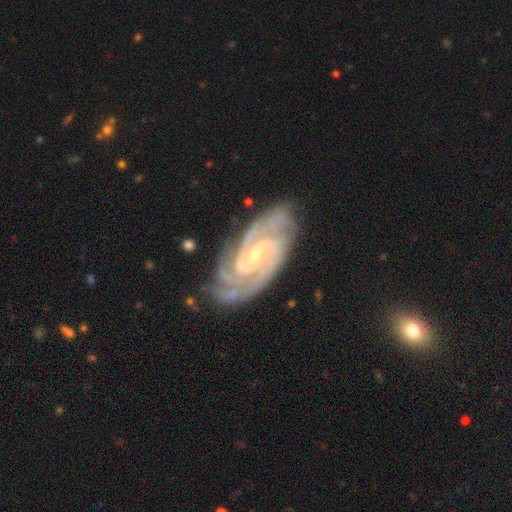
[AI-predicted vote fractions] Morphology: type=featured or disk (93%); edge-on=no (96%); bar=weak (44%); spiral arms=yes (99%); winding=tight (63%); arm count=2 (33%); bulge=small (77%); merging=none (78%).